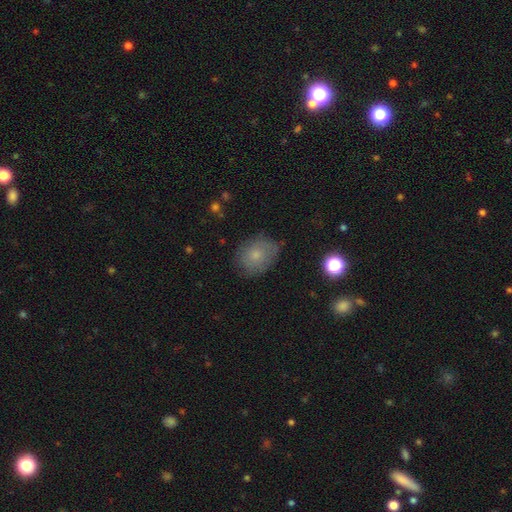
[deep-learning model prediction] Smooth or featured: smooth — 74% (featured or disk — 17%)
How rounded: in between — 54% (round — 44%)
Merging: none — 70% (minor disturbance — 22%)